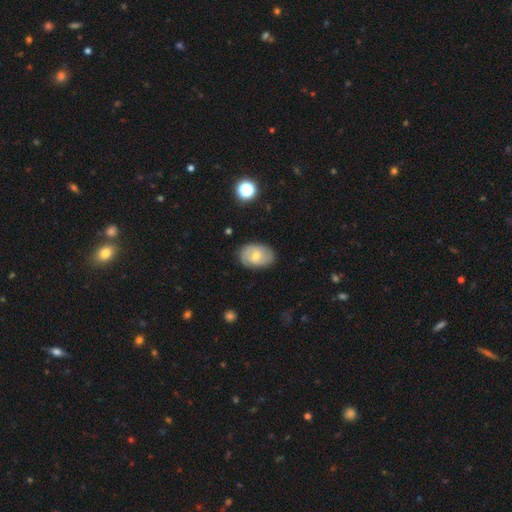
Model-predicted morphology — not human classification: Overall: featured or disk (52%; smooth 40%). Edge-on disk: no (95%). Merging: none (80%).